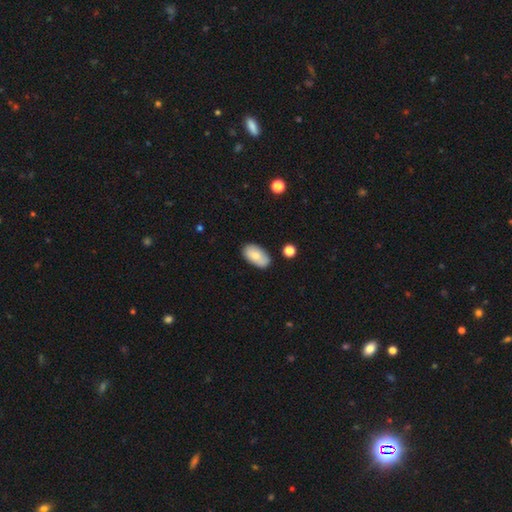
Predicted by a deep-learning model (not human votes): A smooth galaxy with no disk features (79%) that is in between round and cigar-shaped (94%).

Vote fractions:
- Smooth or featured? smooth: 79% / featured or disk: 14% / star or artifact: 7%
- How rounded? in between: 94% / round: 4% / cigar-shaped: 2%
- Merging? none: 79% / minor disturbance: 15% / major disturbance: 3% / merger: 3%